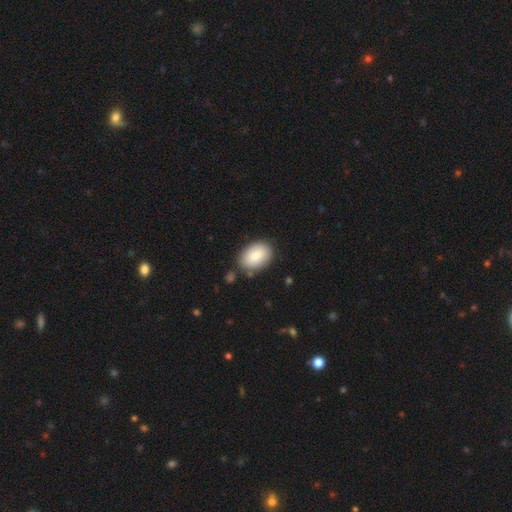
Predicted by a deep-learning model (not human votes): Smooth or featured? Predicted: smooth (p=0.82). How rounded? Predicted: in between (p=0.84). Merging? Predicted: none (p=0.81).